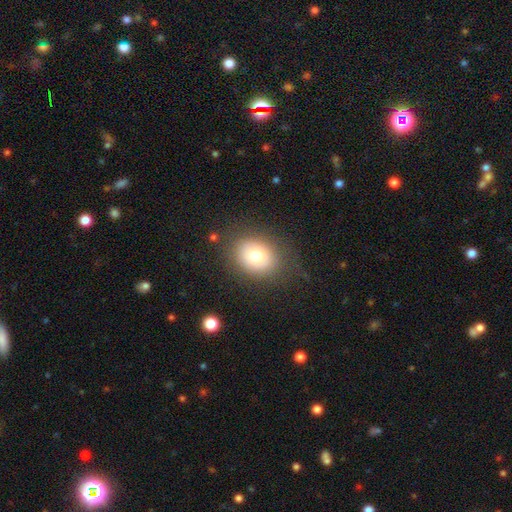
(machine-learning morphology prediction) Overall: smooth (75%). How rounded: round (52%; in between 48%). Merging: none (79%).